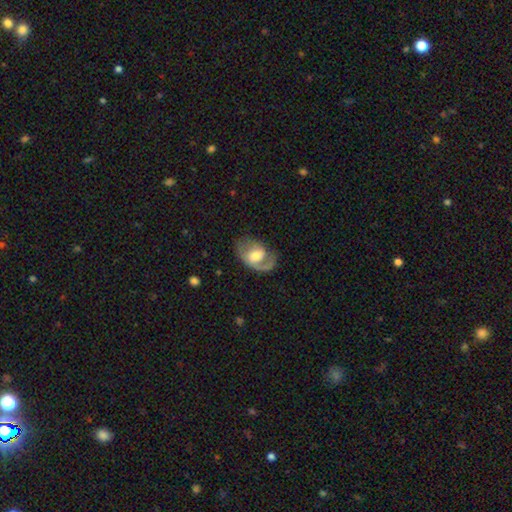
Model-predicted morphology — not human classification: Overall: featured or disk (67%; smooth 27%). Edge-on disk: no (96%). Bar: weak (46%; no 39%). Spiral arms: yes (82%). Spiral arm count: 2 (49%; 1 39%). Spiral winding: medium (45%; loose 28%). Bulge size: moderate (62%). Merging: none (55%; minor disturbance 23%).